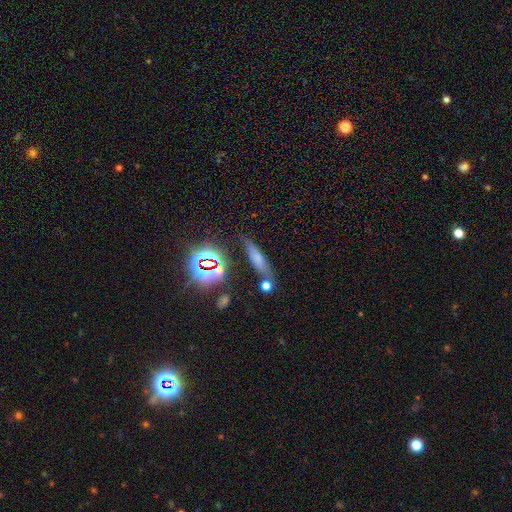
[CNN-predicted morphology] A smooth galaxy with no disk features (49%).

Vote fractions:
- Smooth or featured? smooth: 49% / star or artifact: 30% / featured or disk: 21%
- Merging? none: 75% / minor disturbance: 13% / merger: 7% / major disturbance: 4%